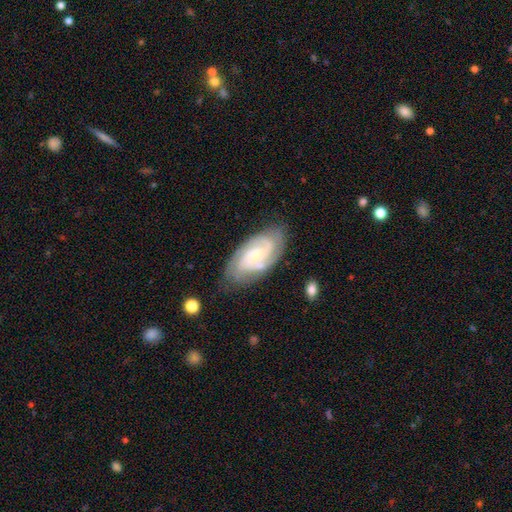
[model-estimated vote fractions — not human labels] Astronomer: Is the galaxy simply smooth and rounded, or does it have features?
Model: featured or disk — 86%.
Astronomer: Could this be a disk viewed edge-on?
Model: no — 96%.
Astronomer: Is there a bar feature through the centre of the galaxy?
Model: no — 61%.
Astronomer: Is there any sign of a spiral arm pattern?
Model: yes — 97%.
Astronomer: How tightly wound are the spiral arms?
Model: tight — 61%.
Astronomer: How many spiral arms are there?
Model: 2 — 43% (runner-up: 3, 28%).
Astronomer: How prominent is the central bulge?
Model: small — 73%.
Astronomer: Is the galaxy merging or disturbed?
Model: none — 76%.